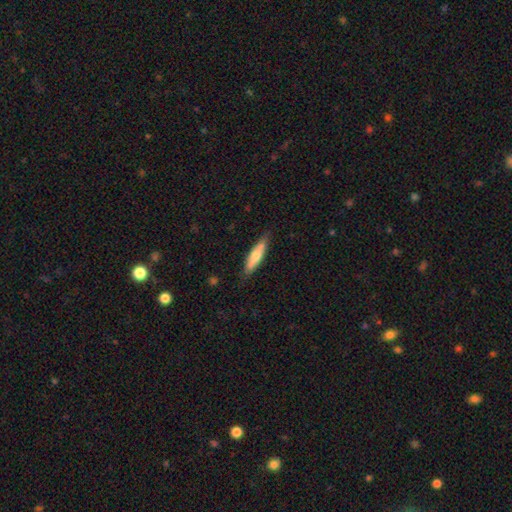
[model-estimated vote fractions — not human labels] smooth-or-featured: smooth: 61% | featured or disk: 33% | star or artifact: 6%
  how-rounded: cigar-shaped: 74% | in between: 24% | round: 2%
  merging: none: 81% | minor disturbance: 15% | major disturbance: 3% | merger: 1%